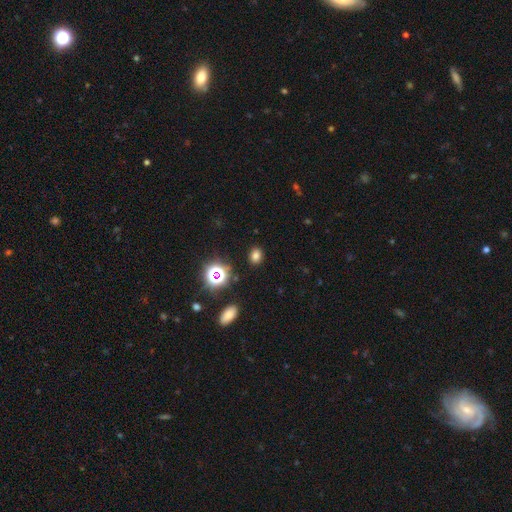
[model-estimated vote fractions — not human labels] smooth-or-featured: smooth: 75% | star or artifact: 20% | featured or disk: 6%
  how-rounded: in between: 55% | round: 43% | cigar-shaped: 1%
  merging: none: 88% | minor disturbance: 8% | major disturbance: 3% | merger: 2%